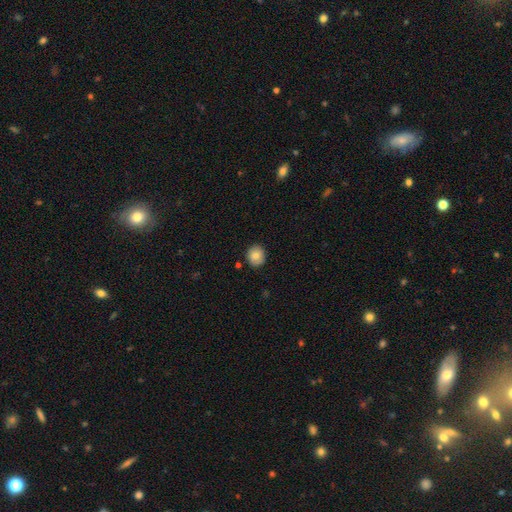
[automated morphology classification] Q: Smooth or featured?
A: smooth (81%); runner-up: featured or disk (10%)
Q: How rounded?
A: round (80%); runner-up: in between (19%)
Q: Merging?
A: none (86%); runner-up: minor disturbance (10%)